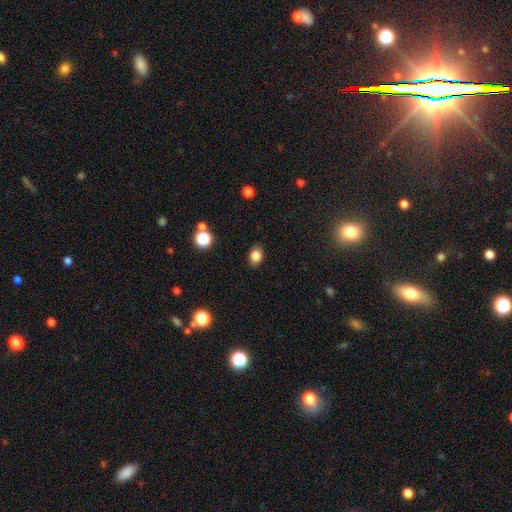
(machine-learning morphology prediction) A smooth galaxy with no disk features (82%) that is in between round and cigar-shaped (77%). Merging: none (86%).